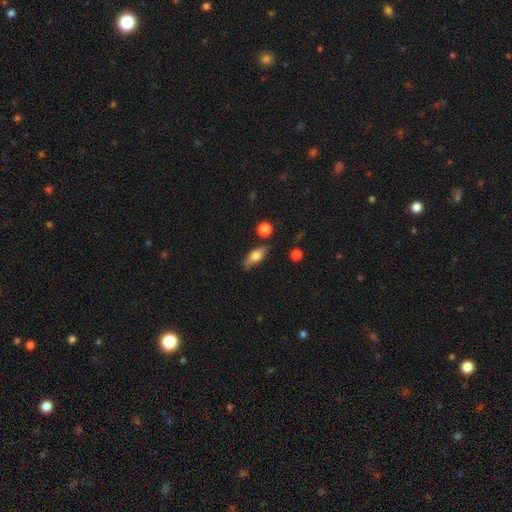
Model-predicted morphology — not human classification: This appears to be a smooth galaxy with no disk features (64%) that is in between round and cigar-shaped (70%). Merging: none (78%).